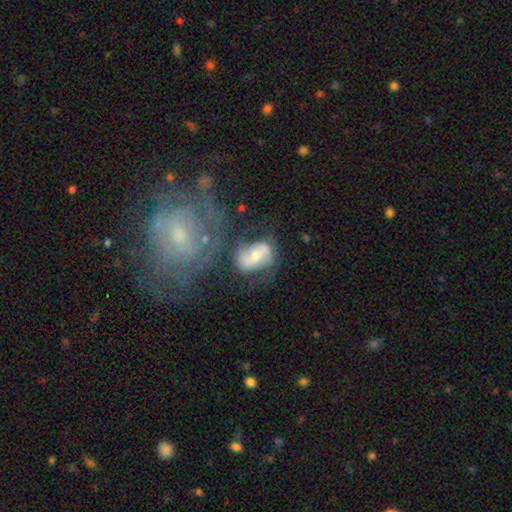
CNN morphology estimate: This appears to be a featured or disk galaxy (58%) with a weak bar (39%), spiral arms (71%) and a moderate central bulge (64%). Merging: none (51%).